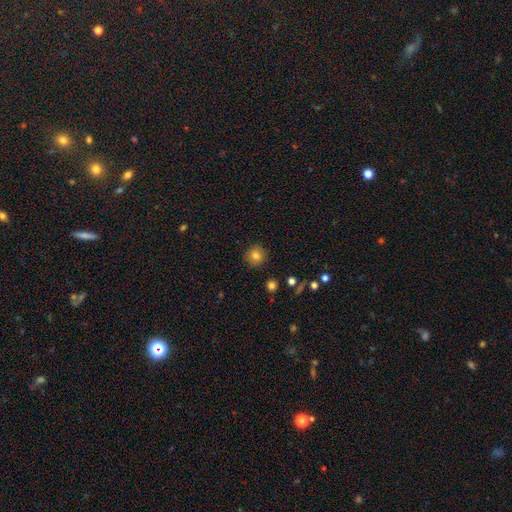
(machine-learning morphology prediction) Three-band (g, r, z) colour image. It shows a smooth galaxy with no disk features (80%) that is round (93%). Merging: none (90%).